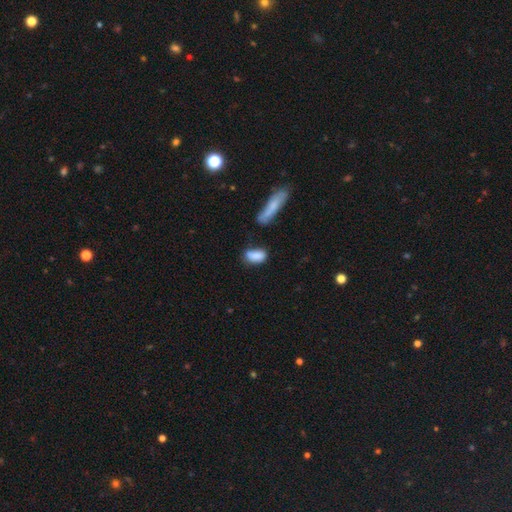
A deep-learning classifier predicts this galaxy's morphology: smooth 83%, featured or disk 9%, star or artifact 8%. Down the decision tree: how rounded — in between (86%); merging — none (50%).